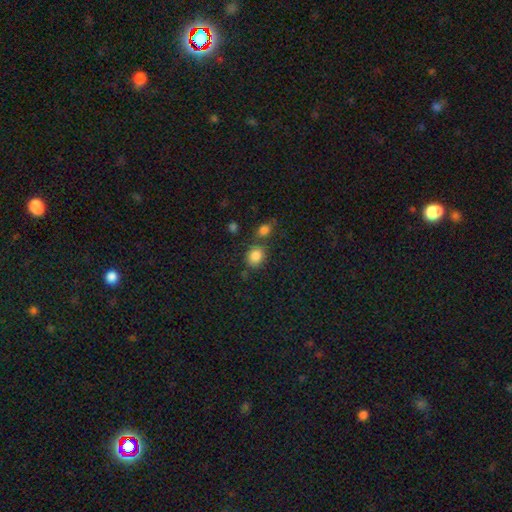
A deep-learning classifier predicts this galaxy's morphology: Smooth or featured: smooth — 85% (star or artifact — 10%)
How rounded: round — 63% (in between — 36%)
Merging: none — 62% (merger — 20%)